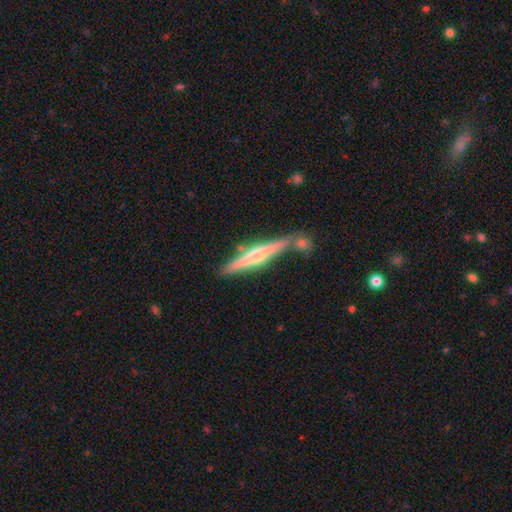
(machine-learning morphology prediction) smooth-or-featured: featured or disk: 67% | smooth: 27% | star or artifact: 6%
  disk-edge-on: yes: 97% | no: 3%
    edge-on-bulge: rounded: 80% | none: 13% | boxy: 7%
  merging: none: 73% | merger: 12% | minor disturbance: 12% | major disturbance: 3%